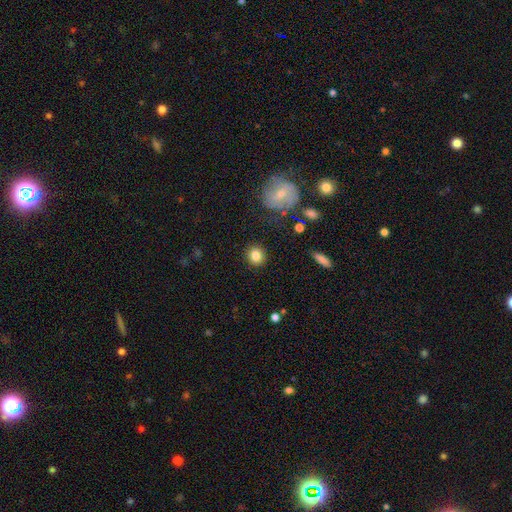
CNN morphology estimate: The model was most divided on "how rounded": round: 85%, in between: 14%, cigar-shaped: 1%. More confident: merging — none (88%); smooth or featured — smooth (82%).